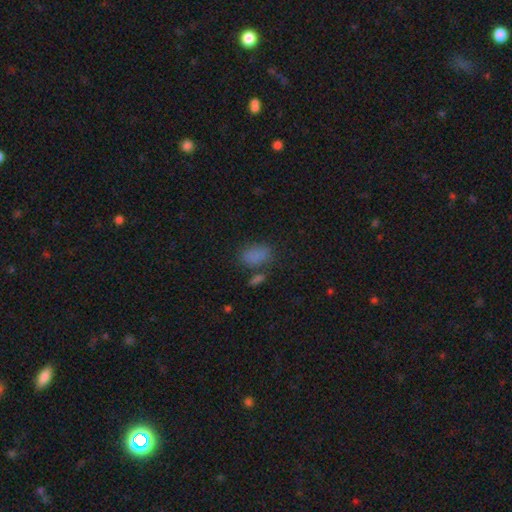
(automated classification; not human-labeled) Smooth or featured: smooth — 79% (star or artifact — 14%)
How rounded: in between — 88% (round — 9%)
Merging: none — 61% (minor disturbance — 18%)